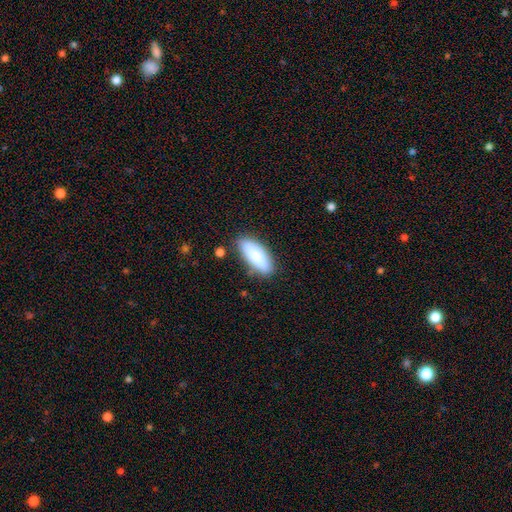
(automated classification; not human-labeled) Smooth or featured? Predicted: smooth (p=0.85). How rounded? Predicted: in between (p=0.74). Merging? Predicted: none (p=0.79).